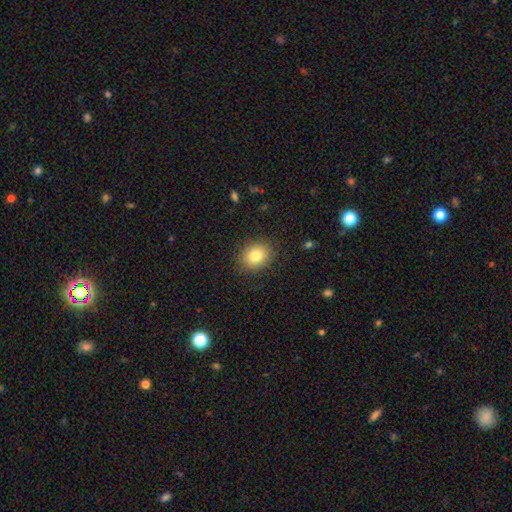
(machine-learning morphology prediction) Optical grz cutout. It shows a smooth galaxy with no disk features (82%) that is round (62%). Merging: none (88%).